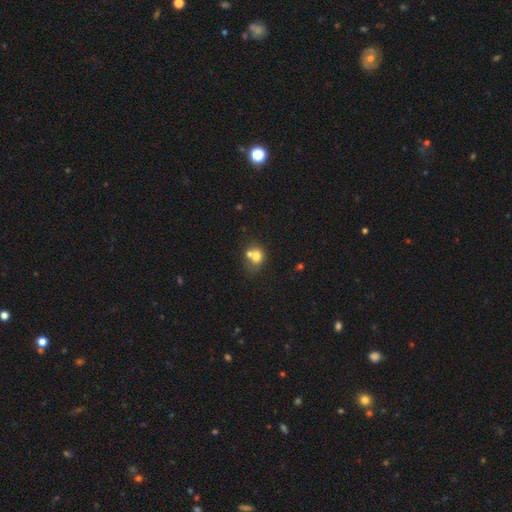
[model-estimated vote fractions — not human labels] smooth 69%, featured or disk 19%, star or artifact 12%. Down the decision tree: how rounded — round (58%); merging — merger (54%).